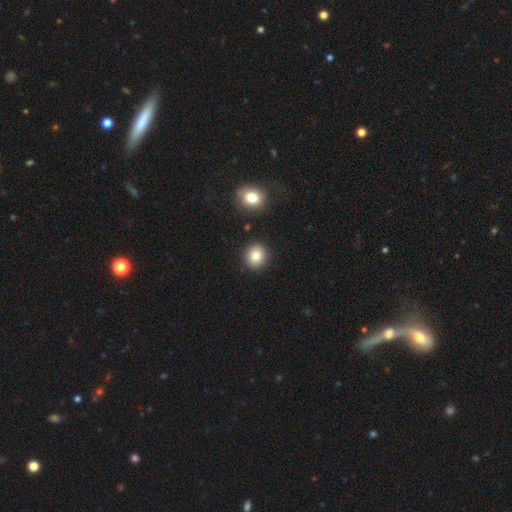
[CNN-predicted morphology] Overall: smooth (83%). How rounded: round (84%). Merging: none (88%).